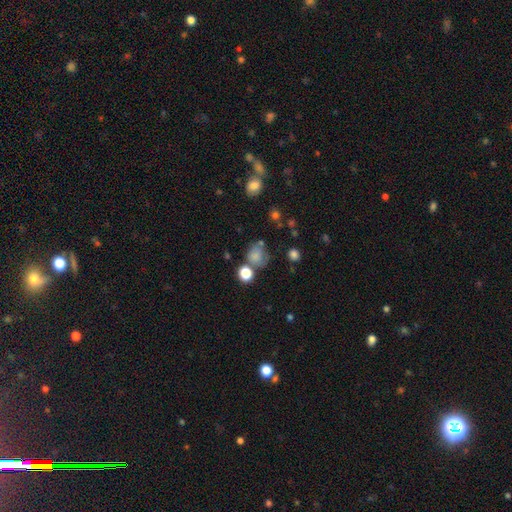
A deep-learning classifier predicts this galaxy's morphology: A smooth galaxy with no disk features (74%) that is round (66%).

Vote fractions:
- Smooth or featured? smooth: 74% / star or artifact: 15% / featured or disk: 12%
- How rounded? round: 66% / in between: 33% / cigar-shaped: 1%
- Merging? none: 49% / minor disturbance: 21% / merger: 18% / major disturbance: 13%